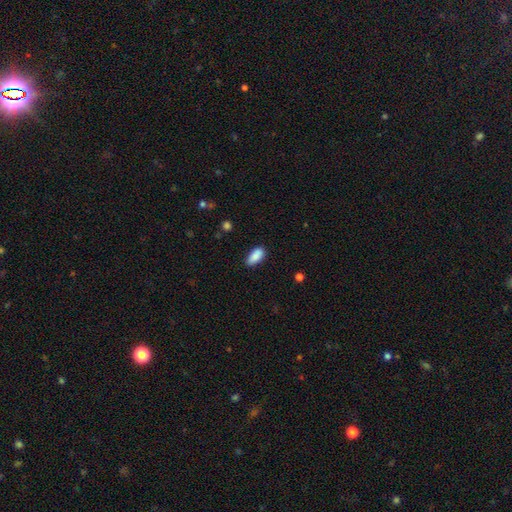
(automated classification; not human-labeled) A smooth galaxy with no disk features (88%) that is in between round and cigar-shaped (89%).

Vote fractions:
- Smooth or featured? smooth: 88% / star or artifact: 7% / featured or disk: 5%
- How rounded? in between: 89% / cigar-shaped: 8% / round: 2%
- Merging? none: 81% / minor disturbance: 15% / major disturbance: 3% / merger: 1%